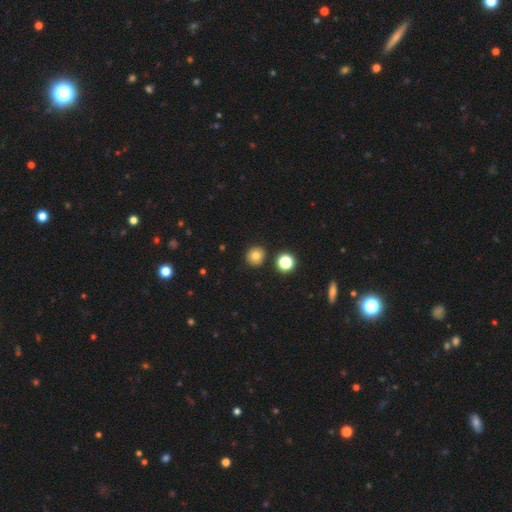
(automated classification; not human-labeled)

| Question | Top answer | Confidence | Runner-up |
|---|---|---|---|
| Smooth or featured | smooth | 77% | star or artifact (14%) |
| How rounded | round | 89% | in between (10%) |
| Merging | none | 88% | minor disturbance (7%) |